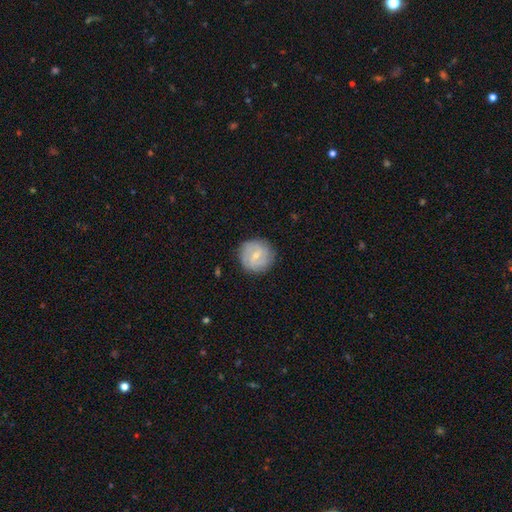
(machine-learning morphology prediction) Smooth or featured: featured or disk — 54% (smooth — 40%)
Edge-on disk: no — 97% (yes — 3%)
Bar: weak — 56% (no — 31%)
Spiral arms: yes — 83% (no — 17%)
Bulge size: small — 64% (moderate — 31%)
Merging: none — 84% (minor disturbance — 11%)